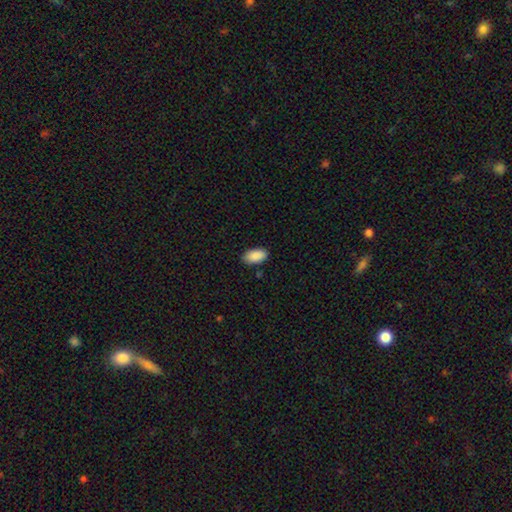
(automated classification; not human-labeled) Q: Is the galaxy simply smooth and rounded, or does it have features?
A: smooth — 91%.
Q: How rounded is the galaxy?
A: in between — 95%.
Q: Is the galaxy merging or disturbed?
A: none — 87%.